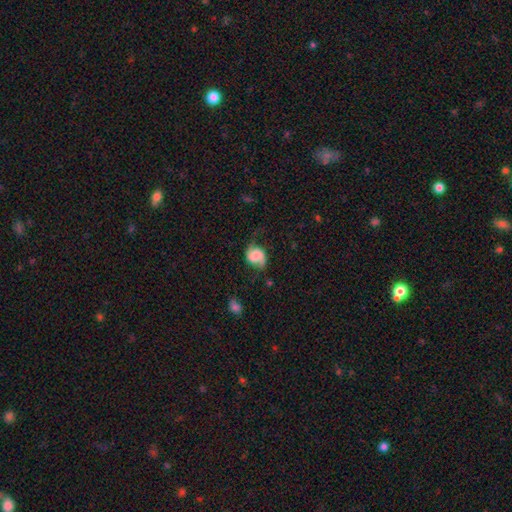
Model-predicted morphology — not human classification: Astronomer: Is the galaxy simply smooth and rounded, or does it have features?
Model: featured or disk — 59%.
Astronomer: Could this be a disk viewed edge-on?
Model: no — 97%.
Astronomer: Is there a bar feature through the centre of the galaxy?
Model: no — 56% (runner-up: weak, 34%).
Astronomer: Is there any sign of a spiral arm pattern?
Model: yes — 91%.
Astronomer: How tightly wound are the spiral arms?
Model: loose — 50% (runner-up: medium, 36%).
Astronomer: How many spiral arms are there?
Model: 2 — 83%.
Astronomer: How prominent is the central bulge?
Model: moderate — 28% (runner-up: large, 22%).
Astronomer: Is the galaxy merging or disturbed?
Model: none — 55%.